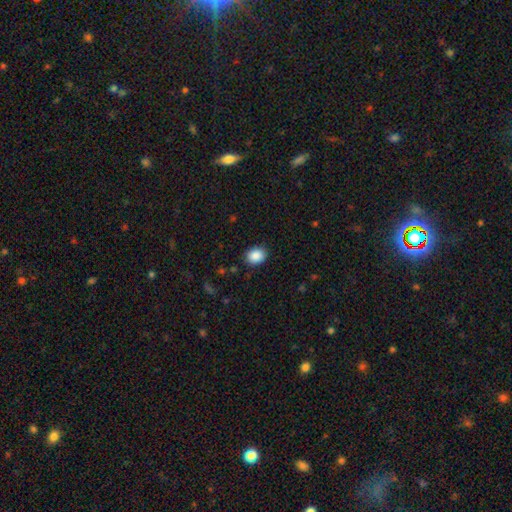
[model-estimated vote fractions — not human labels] Q: Smooth or featured?
A: smooth (88%); runner-up: star or artifact (8%)
Q: How rounded?
A: in between (52%); runner-up: round (47%)
Q: Merging?
A: none (87%); runner-up: minor disturbance (10%)